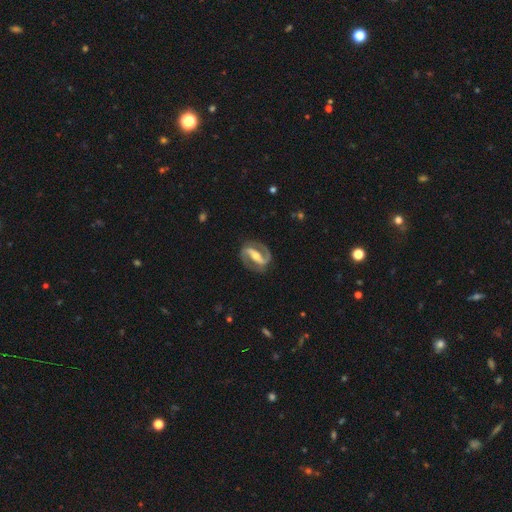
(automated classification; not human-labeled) Overall: featured or disk (91%). Edge-on disk: no (96%). Bar: strong (71%). Spiral arms: yes (95%). Spiral arm count: 2 (93%). Spiral winding: medium (52%; tight 29%). Bulge size: moderate (61%; small 31%). Merging: none (85%).